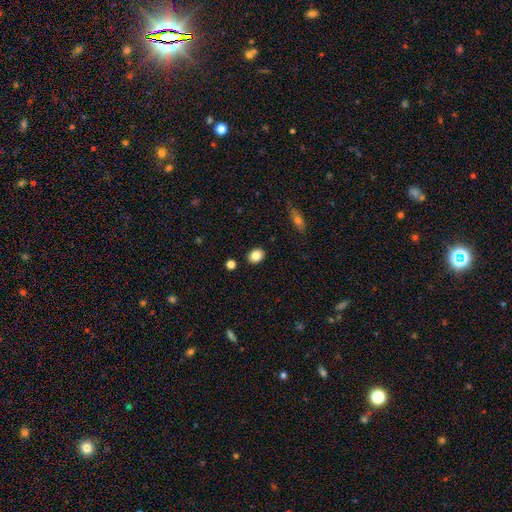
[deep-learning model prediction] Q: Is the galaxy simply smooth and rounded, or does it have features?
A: smooth — 84%.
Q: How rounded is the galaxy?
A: in between — 54%.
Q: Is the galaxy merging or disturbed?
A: none — 89%.